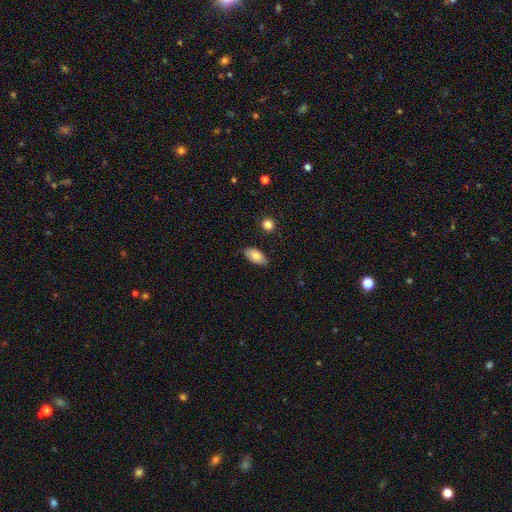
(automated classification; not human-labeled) This is clearly a smooth galaxy (81%). How rounded: clearly in between (92%). Merging: clearly none (81%).